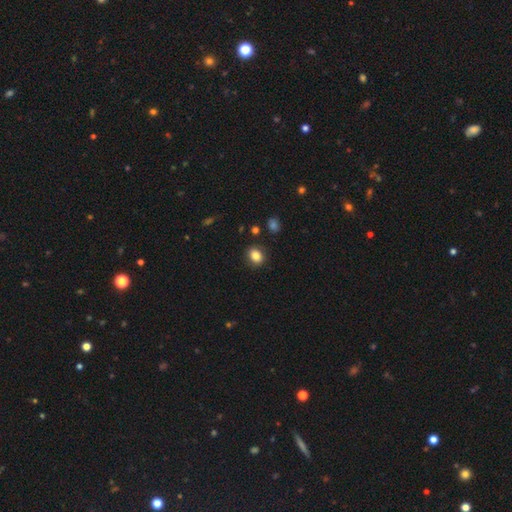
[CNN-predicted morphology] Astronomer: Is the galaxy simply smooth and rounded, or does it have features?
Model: smooth — 84%.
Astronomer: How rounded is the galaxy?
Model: in between — 51% (runner-up: round, 48%).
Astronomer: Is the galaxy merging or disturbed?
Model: none — 87%.